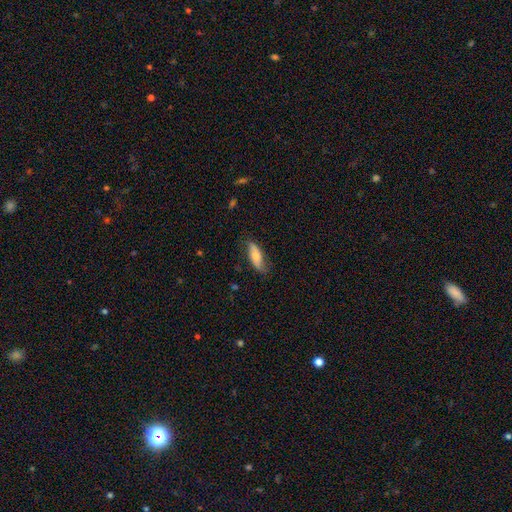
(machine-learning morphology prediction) smooth 57%, featured or disk 37%, star or artifact 6%. Down the decision tree: how rounded — in between (61%); merging — none (73%).